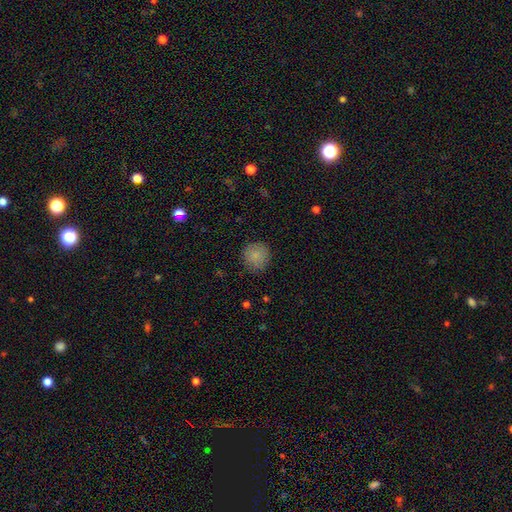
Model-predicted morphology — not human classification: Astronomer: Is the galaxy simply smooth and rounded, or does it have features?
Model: smooth — 84%.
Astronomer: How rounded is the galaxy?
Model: round — 91%.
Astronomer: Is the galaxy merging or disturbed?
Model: none — 84%.